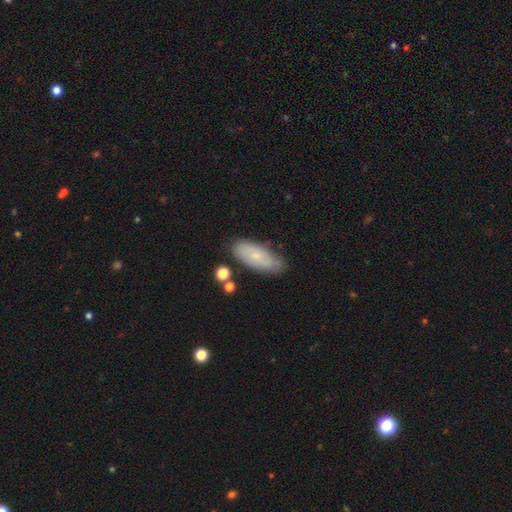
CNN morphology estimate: This appears to be a smooth galaxy with no disk features (64%) that is in between round and cigar-shaped (80%). Merging: none (71%).